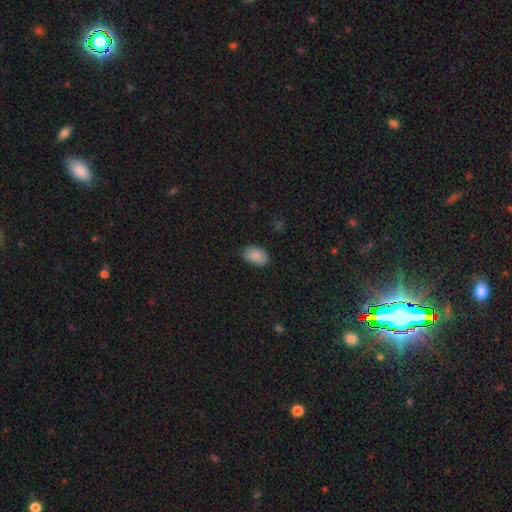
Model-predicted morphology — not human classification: Q: Smooth or featured?
A: smooth (87%); runner-up: star or artifact (8%)
Q: How rounded?
A: in between (91%); runner-up: round (8%)
Q: Merging?
A: none (79%); runner-up: minor disturbance (17%)